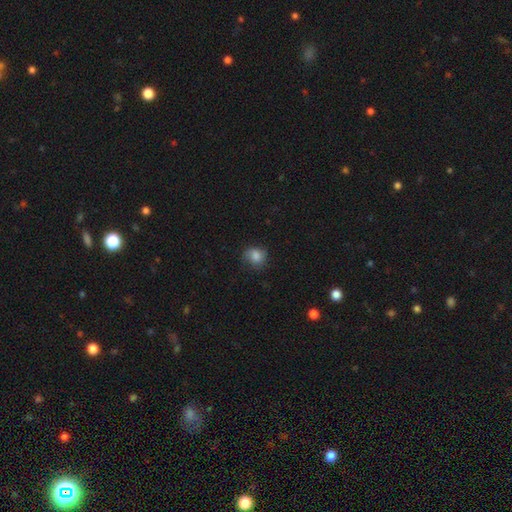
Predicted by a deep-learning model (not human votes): Overall: smooth (77%). How rounded: round (69%; in between 30%). Merging: none (64%; minor disturbance 25%).